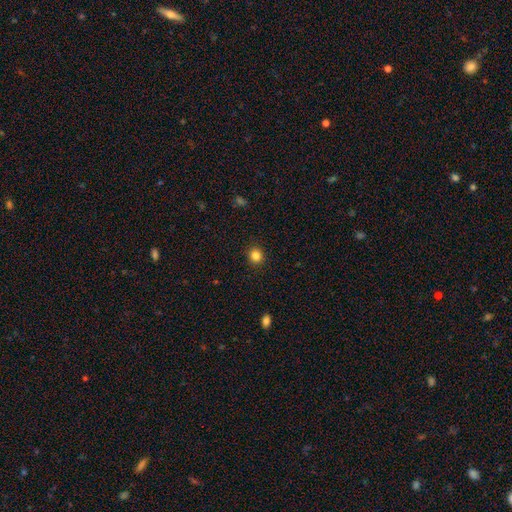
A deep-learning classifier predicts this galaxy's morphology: This appears to be a smooth galaxy with no disk features (84%) that is round (87%). Merging: none (92%).